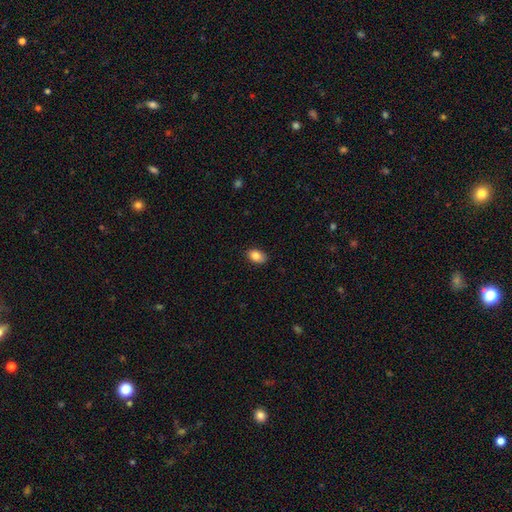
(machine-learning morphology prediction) Q: Smooth or featured?
A: smooth (87%); runner-up: star or artifact (8%)
Q: How rounded?
A: in between (86%); runner-up: round (12%)
Q: Merging?
A: none (83%); runner-up: minor disturbance (14%)